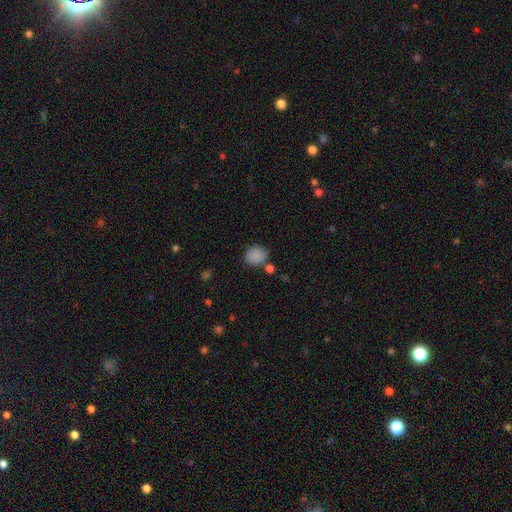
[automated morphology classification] Smooth or featured: smooth — 86% (star or artifact — 10%)
How rounded: round — 72% (in between — 27%)
Merging: none — 71% (minor disturbance — 15%)